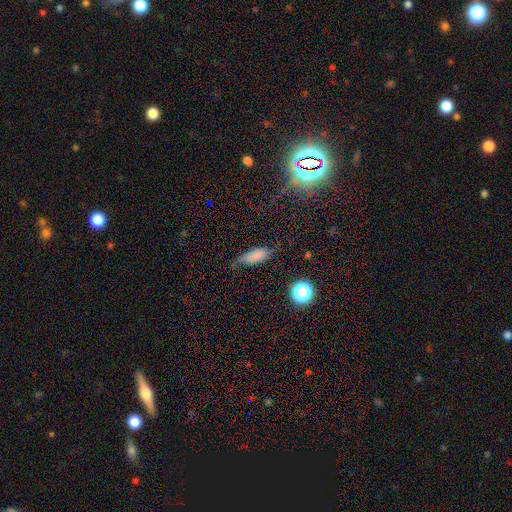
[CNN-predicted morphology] Overall: smooth (71%). How rounded: in between (71%). Merging: none (52%; minor disturbance 33%).